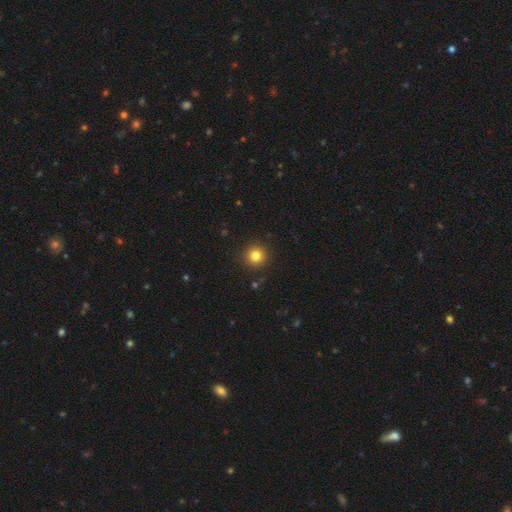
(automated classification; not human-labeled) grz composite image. It shows a smooth galaxy with no disk features (81%) that is round (95%). Merging: none (91%).